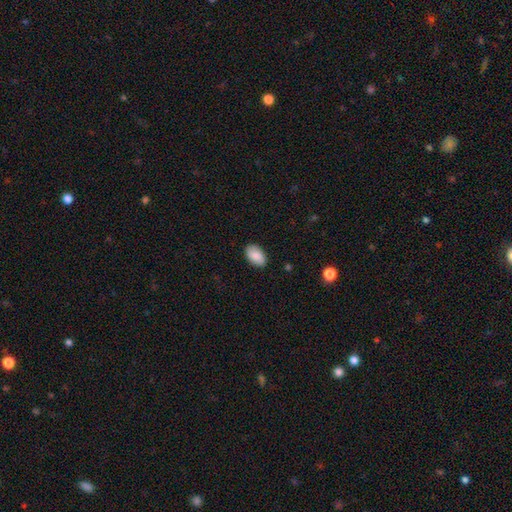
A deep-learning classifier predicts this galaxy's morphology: Overall: smooth (85%). How rounded: in between (93%). Merging: none (86%).